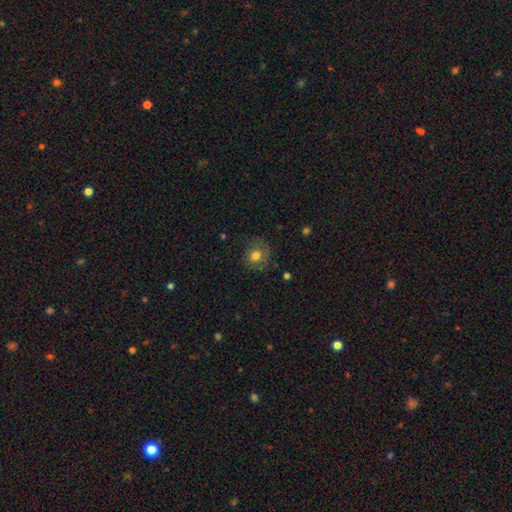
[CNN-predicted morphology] Q: Smooth or featured?
A: smooth (72%); runner-up: featured or disk (17%)
Q: How rounded?
A: round (78%); runner-up: in between (22%)
Q: Merging?
A: none (71%); runner-up: minor disturbance (19%)